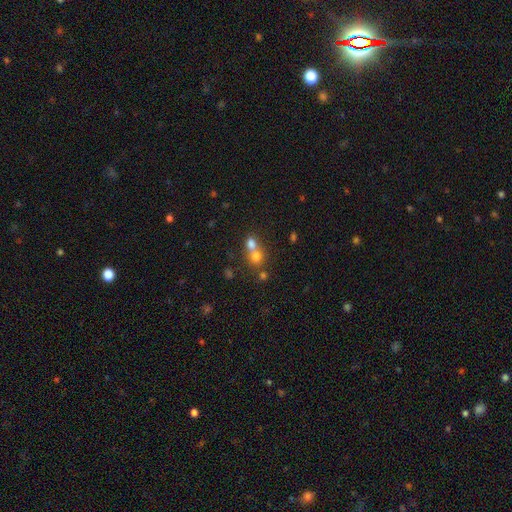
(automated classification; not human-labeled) Smooth or featured? smooth (70%)
How rounded? round (76%)
Merging? merger (64%)